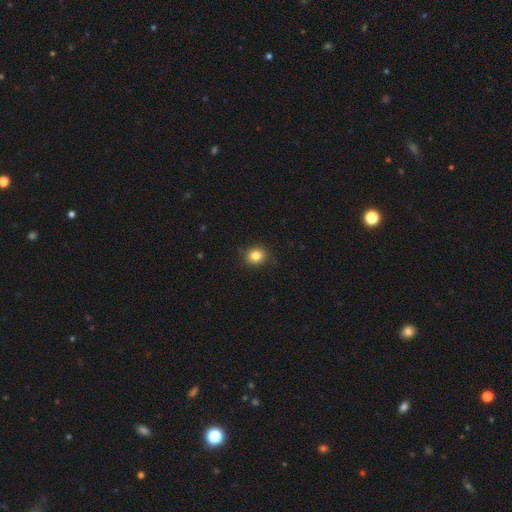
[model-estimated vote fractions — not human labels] smooth_or_featured: smooth (p=0.83) [alt: star or artifact p=0.11]
how_rounded: round (p=0.77) [alt: in between p=0.22]
merging: none (p=0.85) [alt: minor disturbance p=0.11]